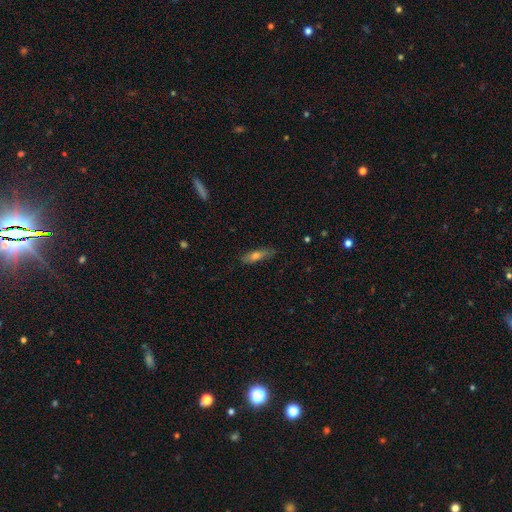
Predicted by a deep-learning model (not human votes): smooth-or-featured: smooth: 61% | featured or disk: 31% | star or artifact: 7%
  how-rounded: cigar-shaped: 64% | in between: 33% | round: 3%
  merging: none: 81% | minor disturbance: 15% | major disturbance: 3% | merger: 1%